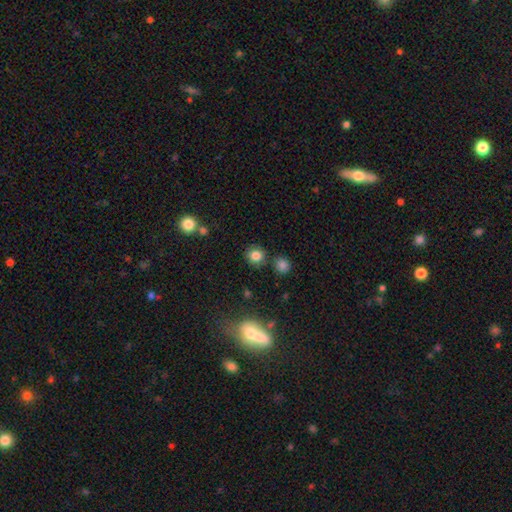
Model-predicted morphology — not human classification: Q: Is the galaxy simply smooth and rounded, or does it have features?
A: smooth — 81%.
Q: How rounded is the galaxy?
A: round — 84%.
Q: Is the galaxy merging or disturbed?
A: none — 81%.